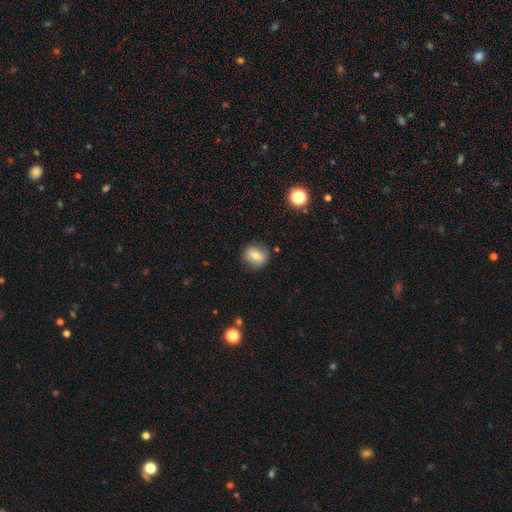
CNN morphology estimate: Smooth or featured? smooth (73%)
How rounded? round (74%)
Merging? none (83%)